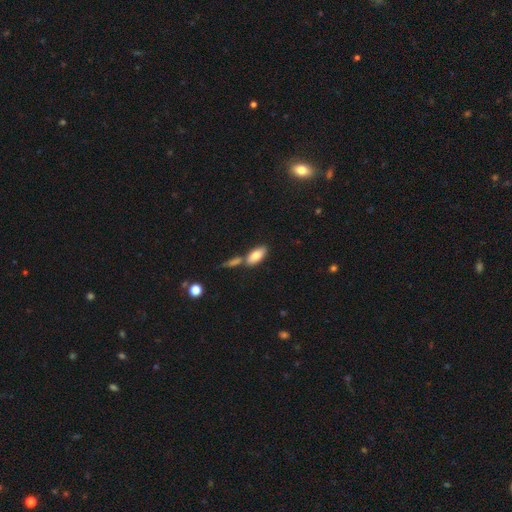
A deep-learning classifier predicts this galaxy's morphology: Smooth or featured? Predicted: smooth (p=0.80). How rounded? Predicted: in between (p=0.88). Merging? Predicted: none (p=0.58).